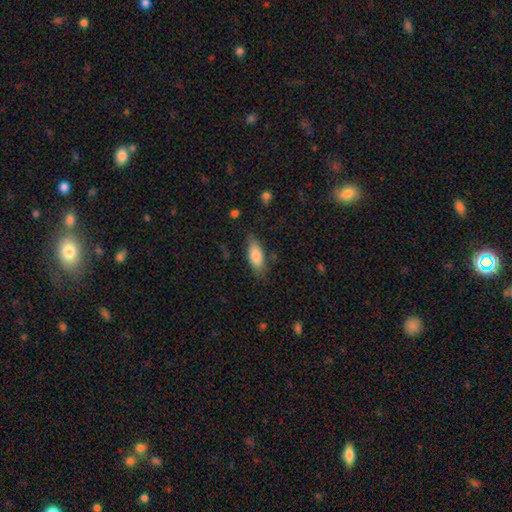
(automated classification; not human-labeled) Smooth or featured? Predicted: smooth (p=0.82). How rounded? Predicted: in between (p=0.78). Merging? Predicted: none (p=0.73).